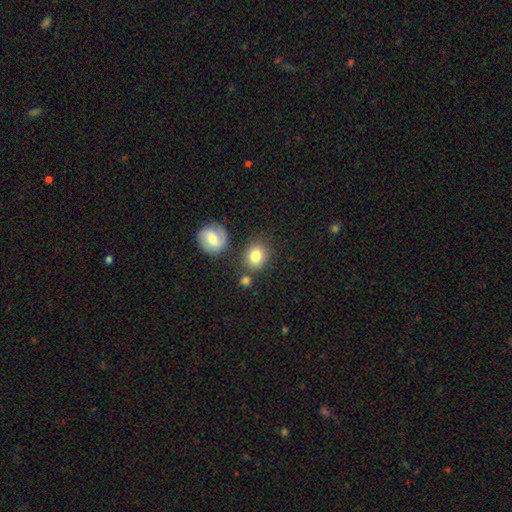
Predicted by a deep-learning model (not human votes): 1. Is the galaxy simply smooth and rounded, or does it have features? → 81% smooth, 11% featured or disk, 8% star or artifact.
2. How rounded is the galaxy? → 68% round, 30% in between, 1% cigar-shaped.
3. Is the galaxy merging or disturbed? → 74% none, 13% minor disturbance, 10% merger, 4% major disturbance.